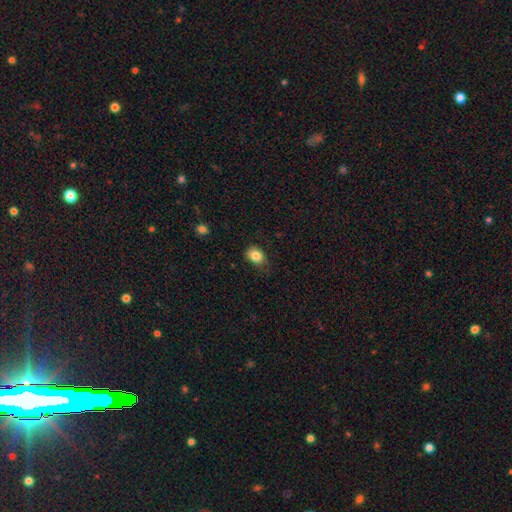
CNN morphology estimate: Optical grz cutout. It shows a smooth galaxy with no disk features (84%) that is in between round and cigar-shaped (57%). Merging: none (73%).